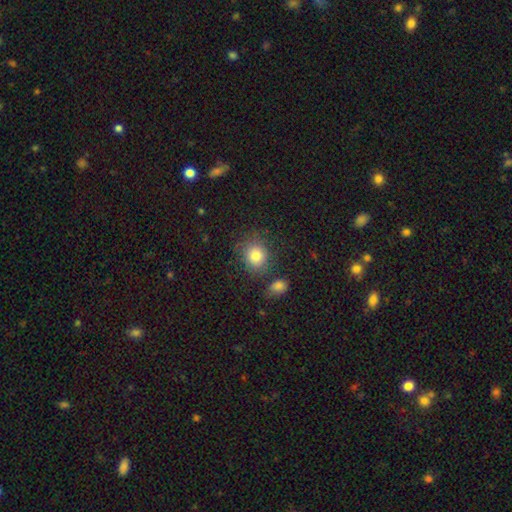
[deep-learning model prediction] smooth_or_featured: smooth (p=0.83) [alt: star or artifact p=0.10]
how_rounded: round (p=0.72) [alt: in between p=0.27]
merging: none (p=0.72) [alt: minor disturbance p=0.15]